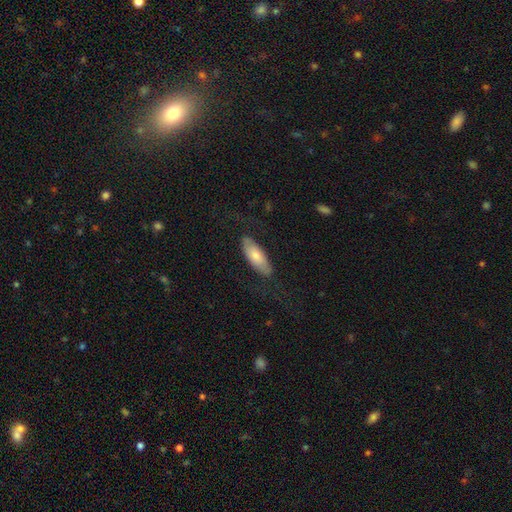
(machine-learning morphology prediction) Smooth or featured? smooth (70%)
How rounded? in between (73%)
Merging? none (73%)